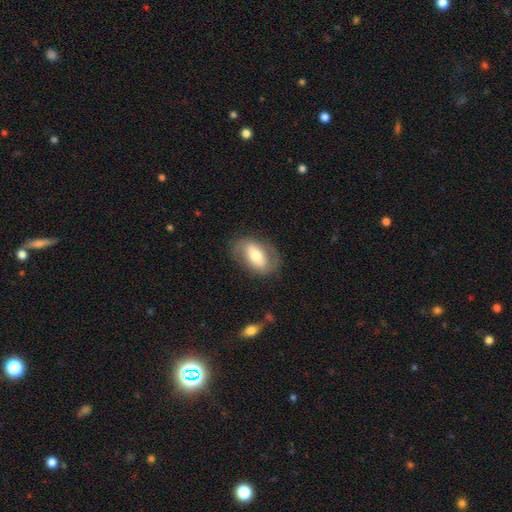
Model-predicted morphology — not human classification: Smooth or featured? Predicted: smooth (p=0.48). Merging? Predicted: none (p=0.77).